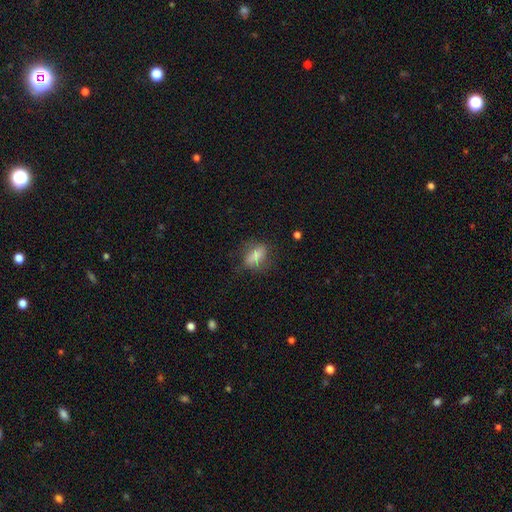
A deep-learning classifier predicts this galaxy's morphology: Smooth or featured?
  - smooth: 69% *
  - featured or disk: 20%
  - star or artifact: 11%
How rounded?
  - in between: 73% *
  - round: 17%
  - cigar-shaped: 9%
Merging?
  - none: 59% *
  - minor disturbance: 24%
  - major disturbance: 13%
  - merger: 4%